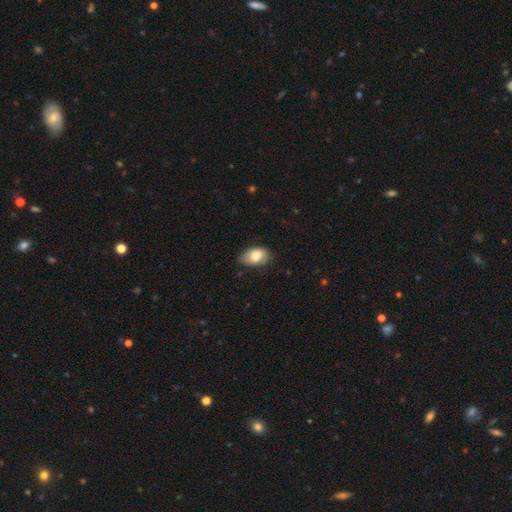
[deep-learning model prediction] This is clearly a smooth galaxy (81%). How rounded: clearly in between (89%). Merging: possibly none (60%).